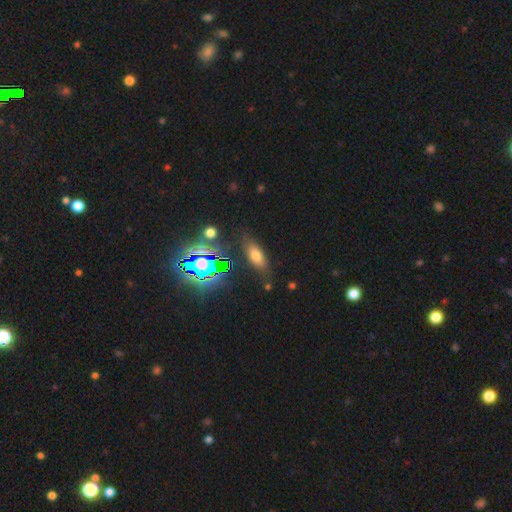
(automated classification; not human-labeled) Morphology: type=smooth (61%); roundness=in between (74%); merging=none (77%).